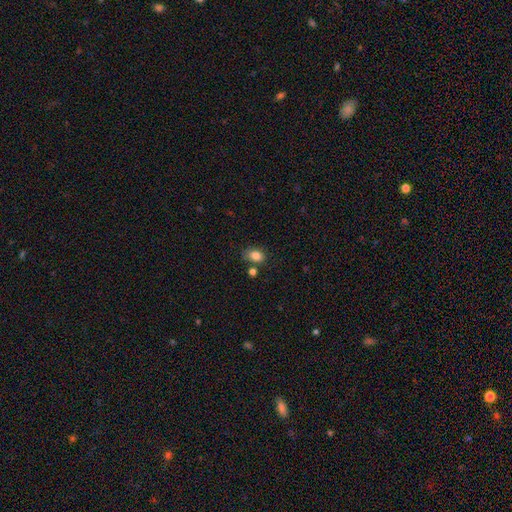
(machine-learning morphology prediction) smooth 84%, star or artifact 10%, featured or disk 6%. Down the decision tree: how rounded — in between (78%); merging — none (69%).